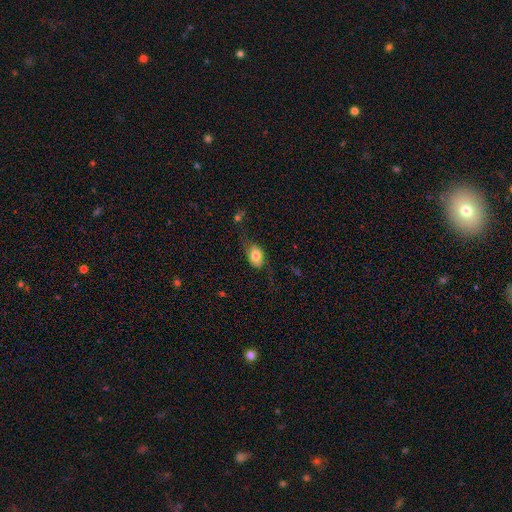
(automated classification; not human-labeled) smooth_or_featured: smooth (p=0.66) [alt: featured or disk p=0.27]
how_rounded: in between (p=0.84) [alt: round p=0.14]
merging: none (p=0.55) [alt: minor disturbance p=0.23]